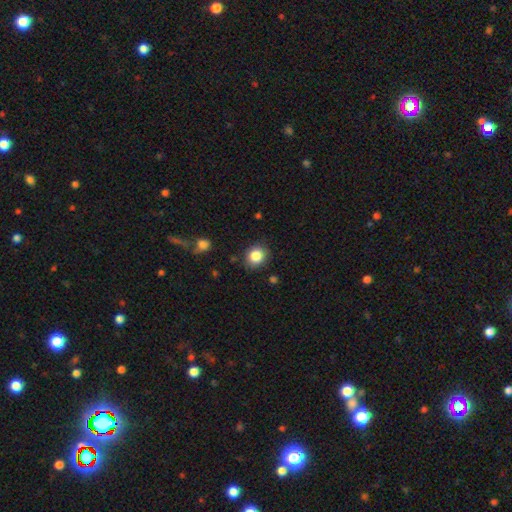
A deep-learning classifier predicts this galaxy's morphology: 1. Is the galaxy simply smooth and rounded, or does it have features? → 85% smooth, 10% star or artifact, 5% featured or disk.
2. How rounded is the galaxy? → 75% round, 24% in between, 1% cigar-shaped.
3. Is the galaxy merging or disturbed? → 85% none, 11% minor disturbance, 3% major disturbance, 2% merger.